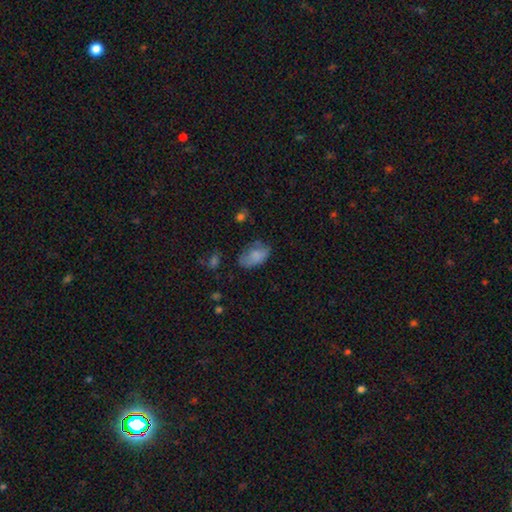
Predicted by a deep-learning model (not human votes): smooth_or_featured: smooth (p=0.78) [alt: featured or disk p=0.13]
how_rounded: in between (p=0.91) [alt: round p=0.07]
merging: none (p=0.57) [alt: minor disturbance p=0.29]